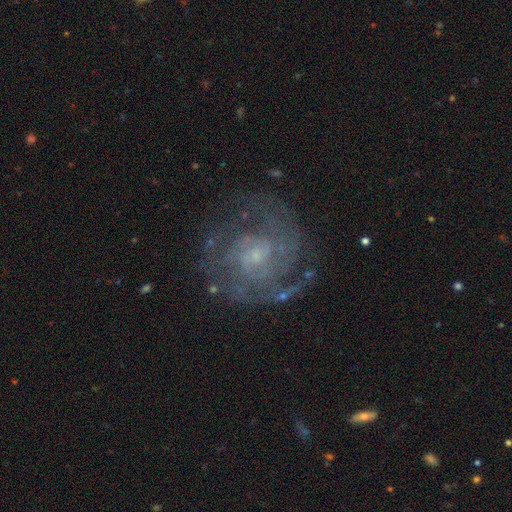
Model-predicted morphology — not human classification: Smooth or featured?
  - featured or disk: 83% *
  - smooth: 9%
  - star or artifact: 8%
Edge-on disk?
  - no: 98% *
  - yes: 2%
Bar?
  - no: 59% *
  - weak: 35%
  - strong: 6%
Spiral arms?
  - yes: 91% *
  - no: 9%
Spiral winding?
  - tight: 53% *
  - medium: 37%
  - loose: 10%
Spiral arm count?
  - can't tell: 33% * (tied)
  - 2: 33% * (tied)
  - 3: 16%
  - 4: 7%
  - 1: 6%
  - more than 4: 5%
Bulge size?
  - small: 67% *
  - moderate: 18%
  - none: 12%
  - large: 2%
  - dominant: 1%
Merging?
  - none: 72% *
  - minor disturbance: 16%
  - major disturbance: 11%
  - merger: 2%